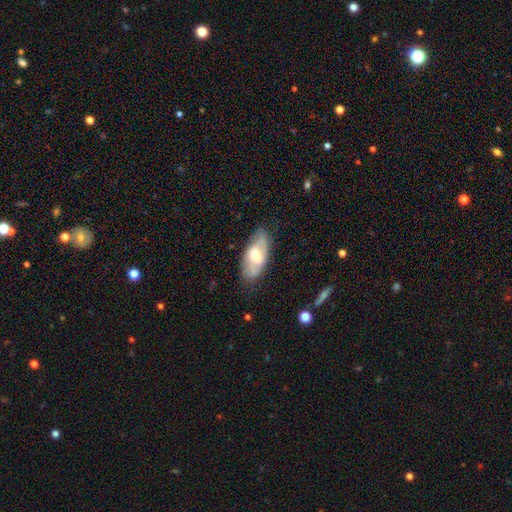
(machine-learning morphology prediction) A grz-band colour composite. It shows a featured or disk galaxy (53%). Merging: none (72%).